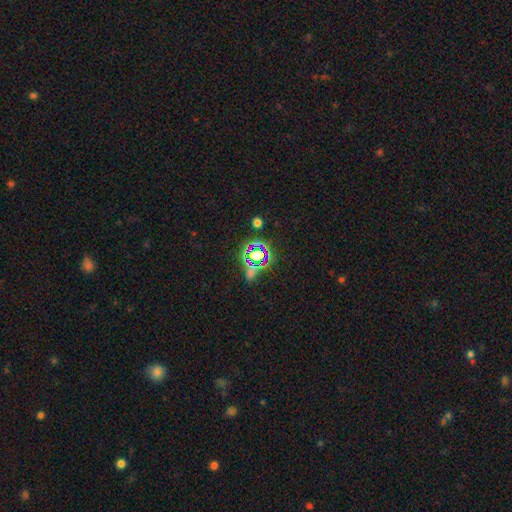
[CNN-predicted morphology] A star or artifact, not a galaxy (76%).

Vote fractions:
- Smooth or featured? star or artifact: 76% / smooth: 15% / featured or disk: 9%